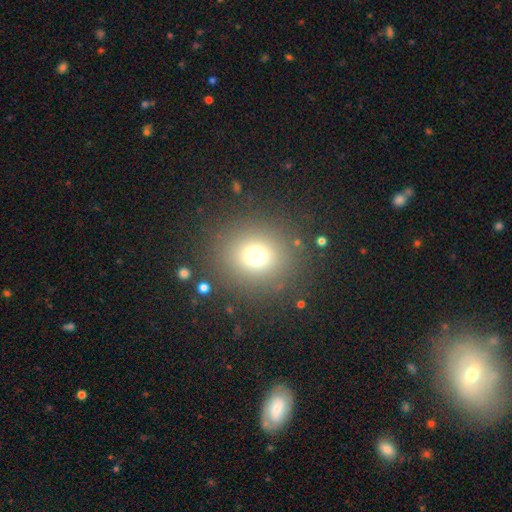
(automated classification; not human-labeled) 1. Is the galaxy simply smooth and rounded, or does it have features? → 70% smooth, 21% star or artifact, 9% featured or disk.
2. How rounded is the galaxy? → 88% round, 11% in between, 1% cigar-shaped.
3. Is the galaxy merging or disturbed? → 86% none, 7% minor disturbance, 5% major disturbance, 2% merger.